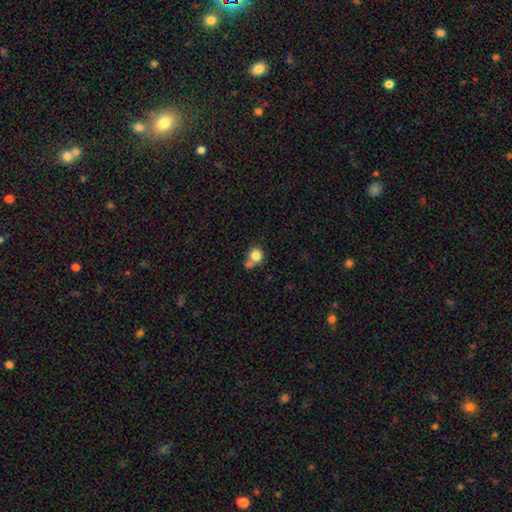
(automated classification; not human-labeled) This is clearly a smooth galaxy (82%). How rounded: clearly round (84%). Merging: possibly none (47%).